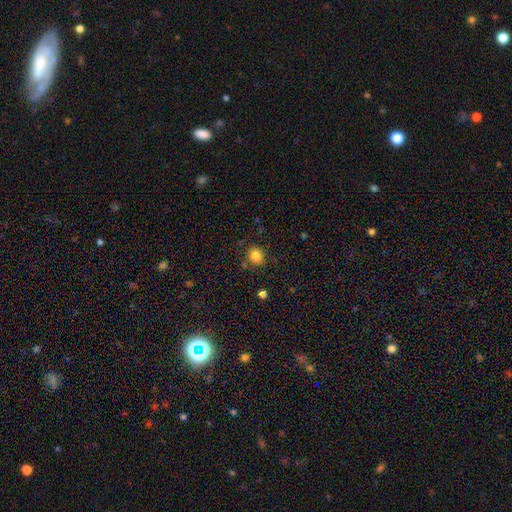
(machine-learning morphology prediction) Smooth or featured: smooth — 84% (star or artifact — 11%)
How rounded: round — 84% (in between — 15%)
Merging: none — 80% (minor disturbance — 12%)